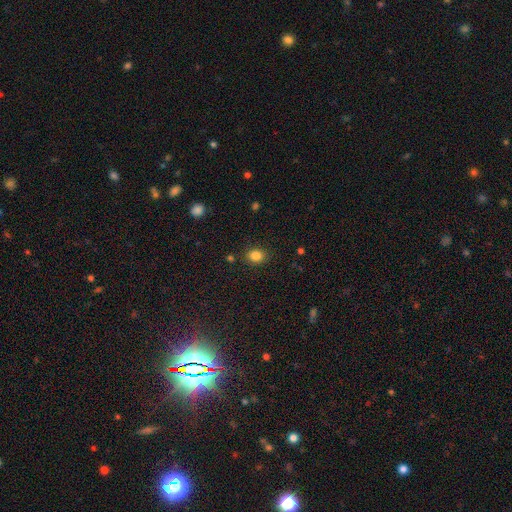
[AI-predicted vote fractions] smooth 83%, star or artifact 11%, featured or disk 5%. Down the decision tree: how rounded — round (53%); merging — none (87%).